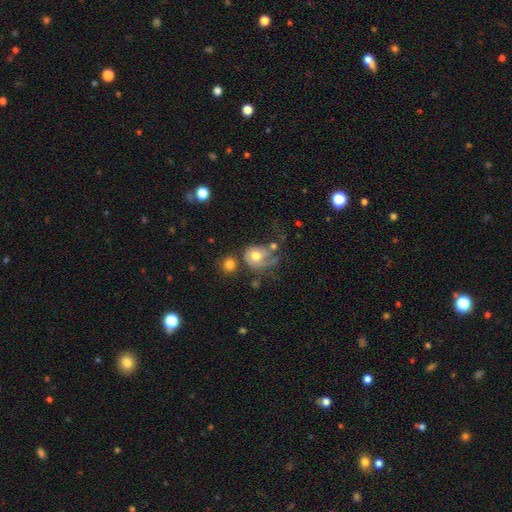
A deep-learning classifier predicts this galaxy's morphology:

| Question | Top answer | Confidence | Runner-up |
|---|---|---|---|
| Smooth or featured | smooth | 47% | featured or disk (45%) |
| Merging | major disturbance | 37% | none (26%) |